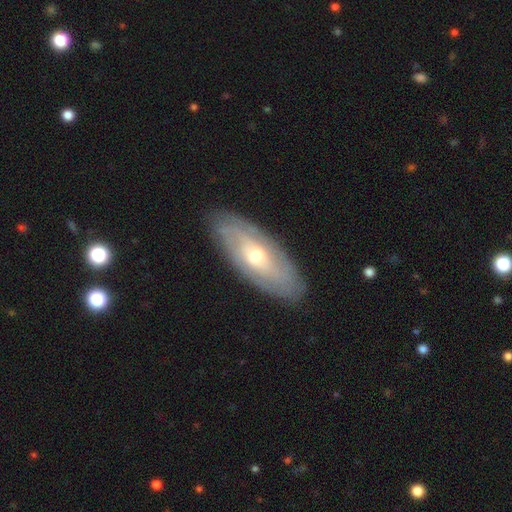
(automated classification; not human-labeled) Morphology: type=featured or disk (61%); edge-on=no (80%); merging=none (84%).